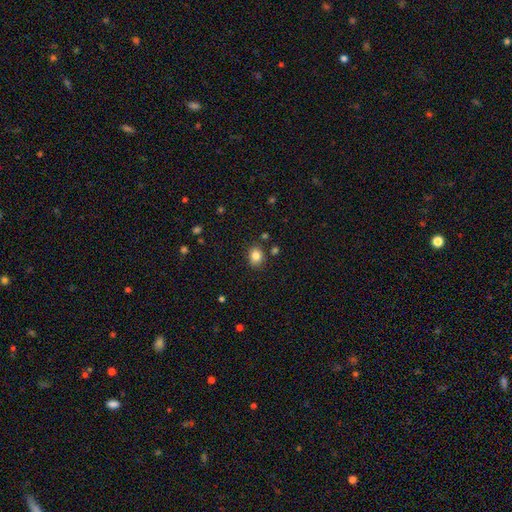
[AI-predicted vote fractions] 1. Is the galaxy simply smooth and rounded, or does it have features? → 83% smooth, 11% star or artifact, 6% featured or disk.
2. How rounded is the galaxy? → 58% round, 41% in between, 1% cigar-shaped.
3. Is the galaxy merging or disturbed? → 83% none, 10% minor disturbance, 4% merger, 3% major disturbance.